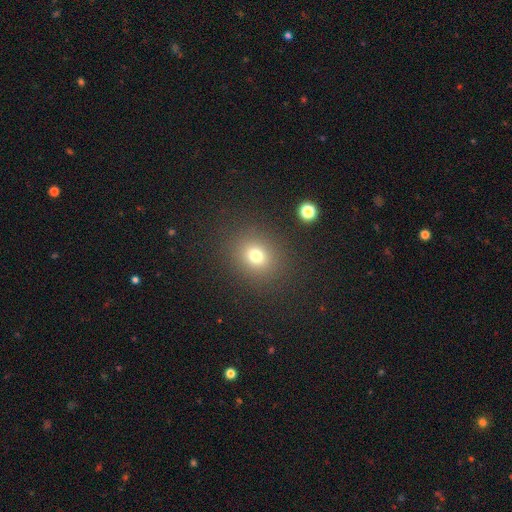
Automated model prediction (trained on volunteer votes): This appears to be a smooth galaxy with no disk features (74%) that is round (74%). Merging: none (87%).